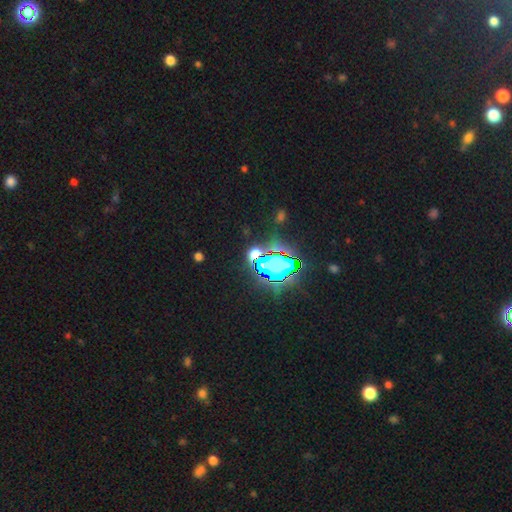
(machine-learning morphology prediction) Q: Smooth or featured?
A: star or artifact (82%); runner-up: smooth (11%)